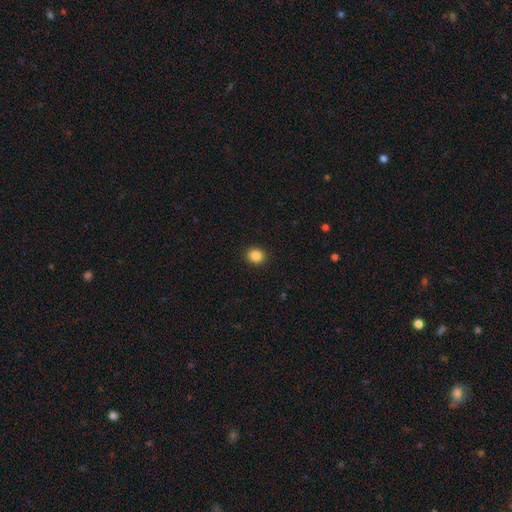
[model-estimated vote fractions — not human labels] A smooth galaxy with no disk features (87%) that is round (79%). Merging: none (92%).